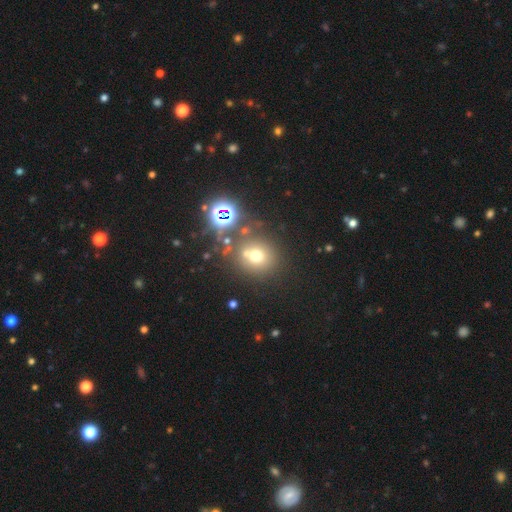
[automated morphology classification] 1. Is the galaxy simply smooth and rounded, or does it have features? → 62% smooth, 24% star or artifact, 14% featured or disk.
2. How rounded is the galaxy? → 85% round, 14% in between, 1% cigar-shaped.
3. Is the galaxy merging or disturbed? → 64% none, 19% merger, 11% minor disturbance, 6% major disturbance.